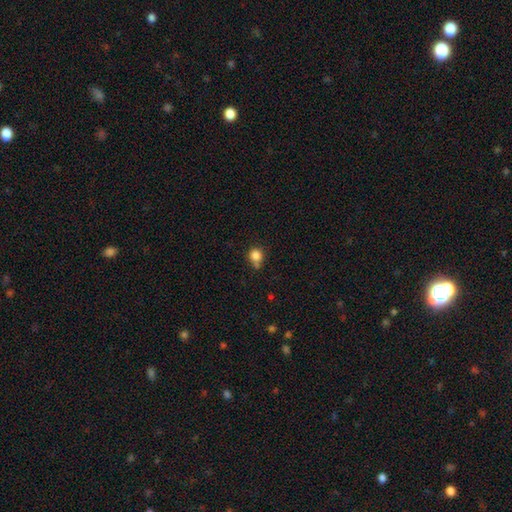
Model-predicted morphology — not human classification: smooth_or_featured: smooth (p=0.83) [alt: star or artifact p=0.11]
how_rounded: round (p=0.82) [alt: in between p=0.17]
merging: none (p=0.59) [alt: minor disturbance p=0.22]